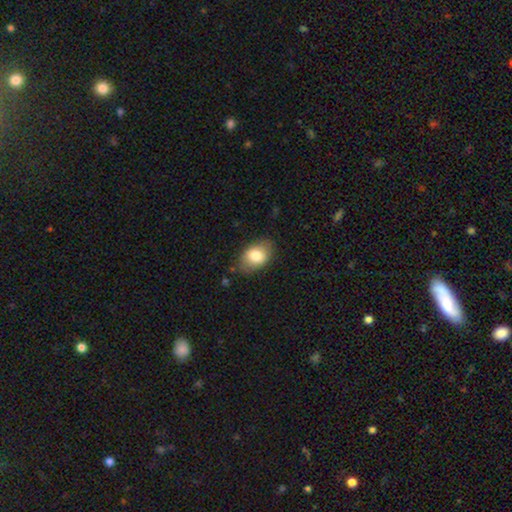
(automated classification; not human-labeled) Smooth or featured? Predicted: smooth (p=0.80). How rounded? Predicted: in between (p=0.84). Merging? Predicted: none (p=0.79).